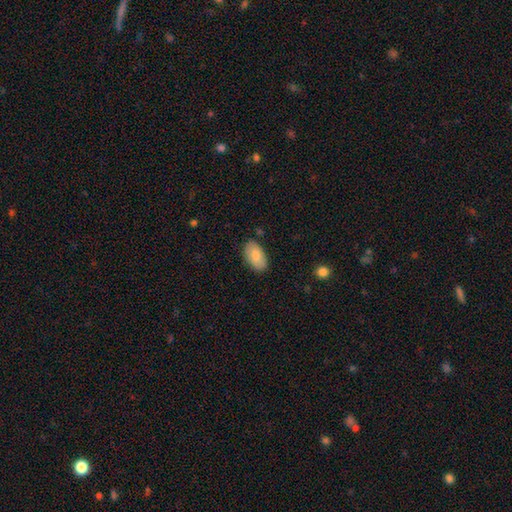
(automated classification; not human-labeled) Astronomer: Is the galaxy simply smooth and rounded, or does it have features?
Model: smooth — 84%.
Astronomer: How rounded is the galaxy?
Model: in between — 94%.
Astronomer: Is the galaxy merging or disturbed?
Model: none — 82%.